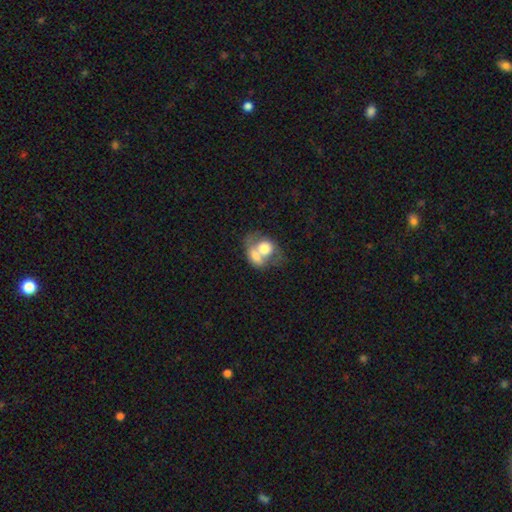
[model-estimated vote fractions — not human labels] smooth 64%, featured or disk 29%, star or artifact 7%. Down the decision tree: how rounded — in between (55%); merging — merger (73%).